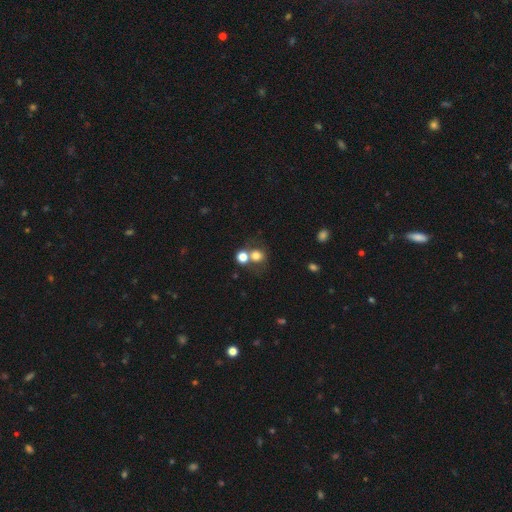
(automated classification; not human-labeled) smooth_or_featured: smooth (p=0.74) [alt: star or artifact p=0.15]
how_rounded: round (p=0.83) [alt: in between p=0.16]
merging: none (p=0.51) [alt: merger p=0.34]